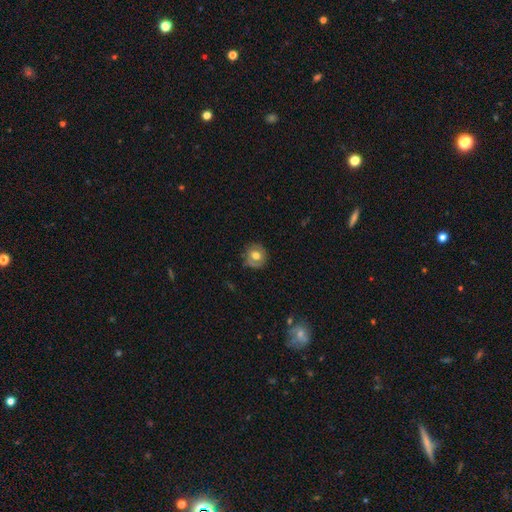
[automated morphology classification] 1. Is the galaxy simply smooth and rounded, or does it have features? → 65% smooth, 26% featured or disk, 9% star or artifact.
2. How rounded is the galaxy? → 87% round, 12% in between, 1% cigar-shaped.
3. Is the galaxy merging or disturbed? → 75% none, 18% minor disturbance, 5% major disturbance, 2% merger.